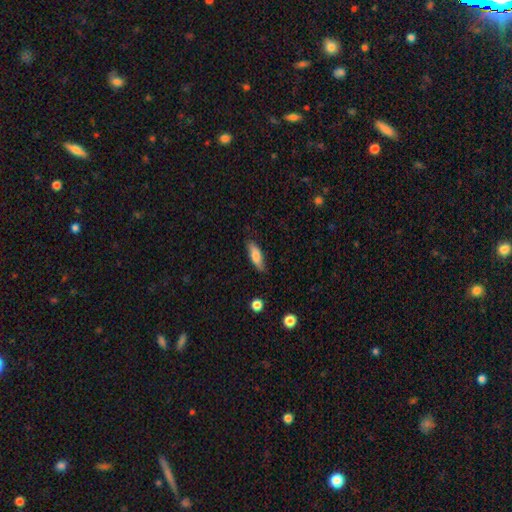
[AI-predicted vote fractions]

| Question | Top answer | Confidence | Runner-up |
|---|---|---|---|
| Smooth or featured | smooth | 77% | featured or disk (17%) |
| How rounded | in between | 53% | cigar-shaped (44%) |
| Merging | none | 82% | minor disturbance (14%) |